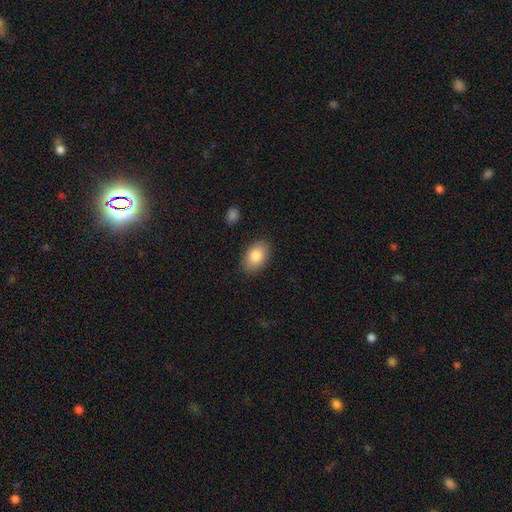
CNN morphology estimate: Q: Smooth or featured?
A: smooth (84%); runner-up: featured or disk (9%)
Q: How rounded?
A: in between (89%); runner-up: round (10%)
Q: Merging?
A: none (86%); runner-up: minor disturbance (10%)